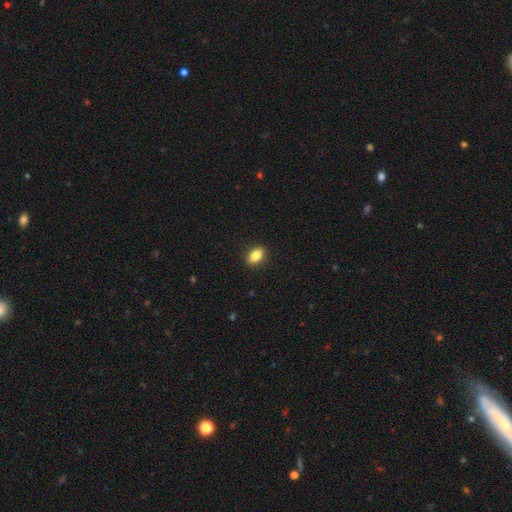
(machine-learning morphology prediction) This is clearly a smooth galaxy (85%). How rounded: clearly in between (83%). Merging: clearly none (90%).